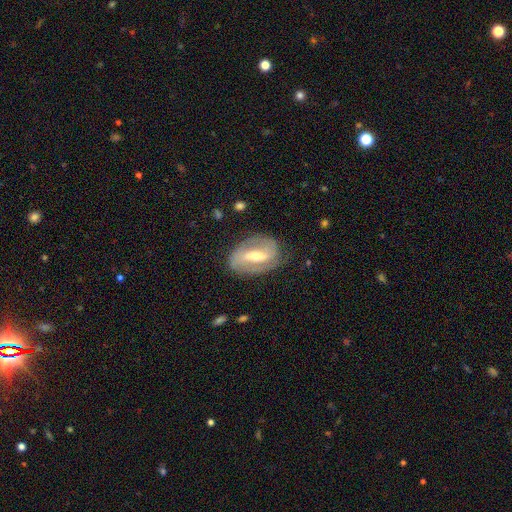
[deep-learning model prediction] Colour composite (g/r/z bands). It shows a featured or disk galaxy (79%) with a strong bar (55%), 2 (78%) medium (41%) spiral arms (82%) and a moderate central bulge (61%). Merging: none (74%).